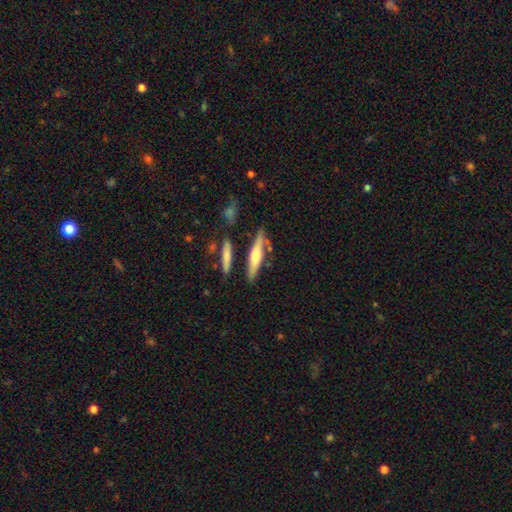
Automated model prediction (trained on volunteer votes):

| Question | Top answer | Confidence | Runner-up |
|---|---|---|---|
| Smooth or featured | featured or disk | 49% | smooth (45%) |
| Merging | none | 76% | minor disturbance (13%) |